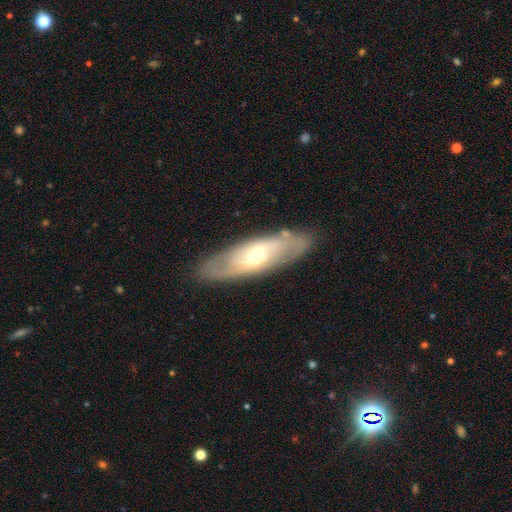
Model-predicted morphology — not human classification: A featured or disk galaxy (63%).

Vote fractions:
- Smooth or featured? featured or disk: 63% / smooth: 31% / star or artifact: 6%
- Edge-on disk? no: 78% / yes: 22%
- Merging? none: 83% / minor disturbance: 12% / major disturbance: 3% / merger: 2%